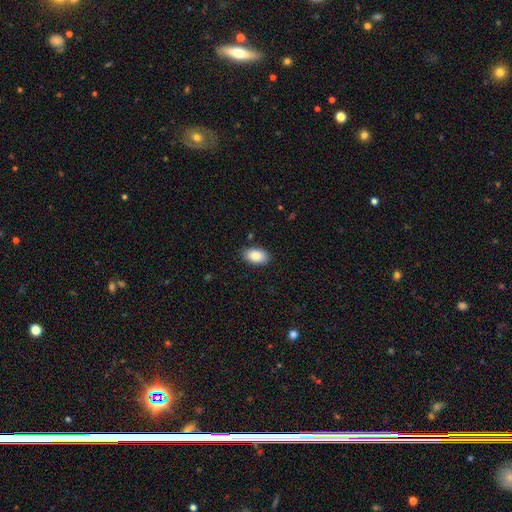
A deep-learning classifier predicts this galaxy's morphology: Overall: smooth (84%). How rounded: in between (93%). Merging: none (87%).